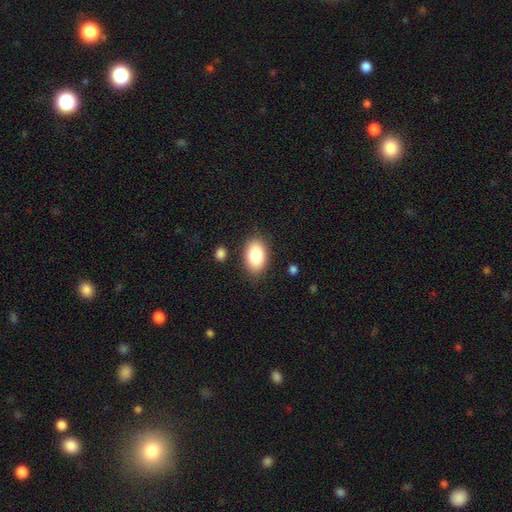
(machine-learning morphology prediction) Smooth or featured? Predicted: smooth (p=0.86). How rounded? Predicted: in between (p=0.92). Merging? Predicted: none (p=0.85).